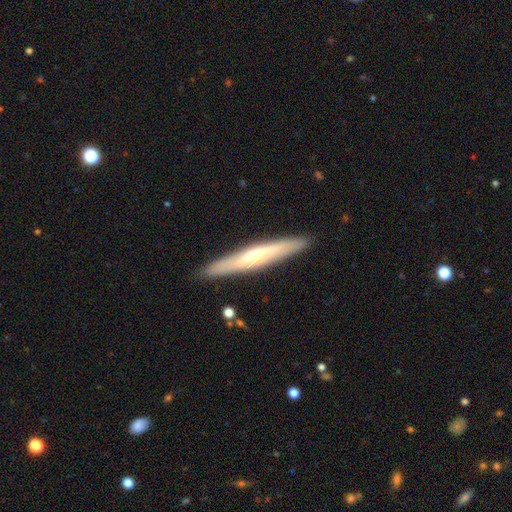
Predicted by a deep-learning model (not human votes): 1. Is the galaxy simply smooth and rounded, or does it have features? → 59% featured or disk, 35% smooth, 6% star or artifact.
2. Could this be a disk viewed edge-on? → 90% yes, 10% no.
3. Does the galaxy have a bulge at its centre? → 67% rounded, 28% none, 5% boxy.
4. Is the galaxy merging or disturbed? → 91% none, 7% minor disturbance, 1% major disturbance, 1% merger.